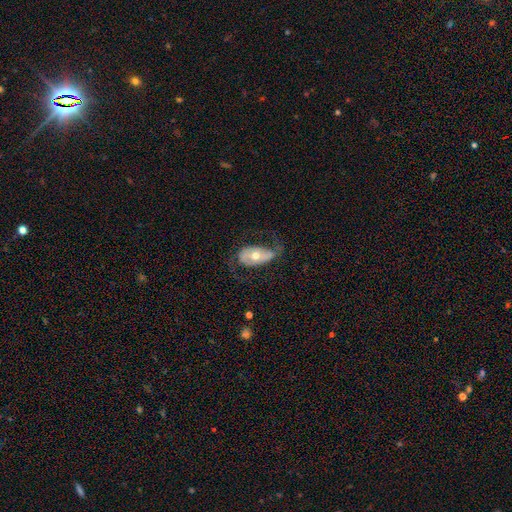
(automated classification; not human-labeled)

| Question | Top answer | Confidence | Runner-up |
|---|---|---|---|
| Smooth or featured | featured or disk | 70% | smooth (24%) |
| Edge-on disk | no | 92% | yes (8%) |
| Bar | no | 60% | weak (23%) |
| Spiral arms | yes | 75% | no (25%) |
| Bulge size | moderate | 68% | small (25%) |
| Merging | none | 57% | major disturbance (21%) |